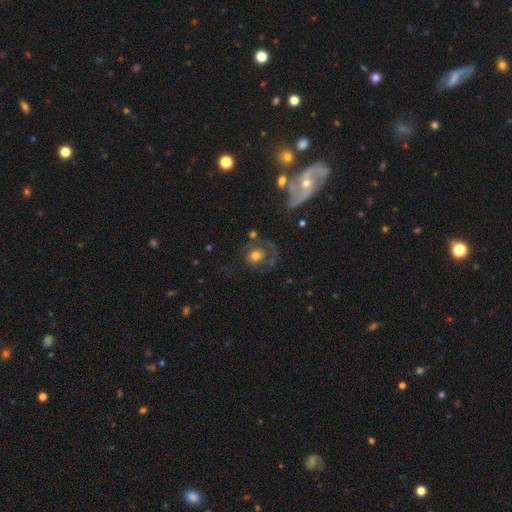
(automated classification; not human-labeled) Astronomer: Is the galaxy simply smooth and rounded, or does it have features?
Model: featured or disk — 48% (runner-up: smooth, 42%).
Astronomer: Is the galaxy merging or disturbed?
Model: none — 50% (runner-up: major disturbance, 26%).